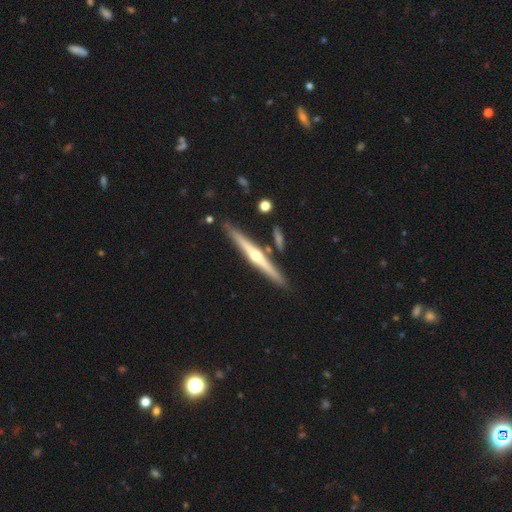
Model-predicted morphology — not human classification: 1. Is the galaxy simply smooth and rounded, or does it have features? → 75% featured or disk, 20% smooth, 5% star or artifact.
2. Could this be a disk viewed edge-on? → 98% yes, 2% no.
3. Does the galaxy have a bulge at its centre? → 89% rounded, 8% none, 3% boxy.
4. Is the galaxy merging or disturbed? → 86% none, 8% minor disturbance, 5% merger, 2% major disturbance.